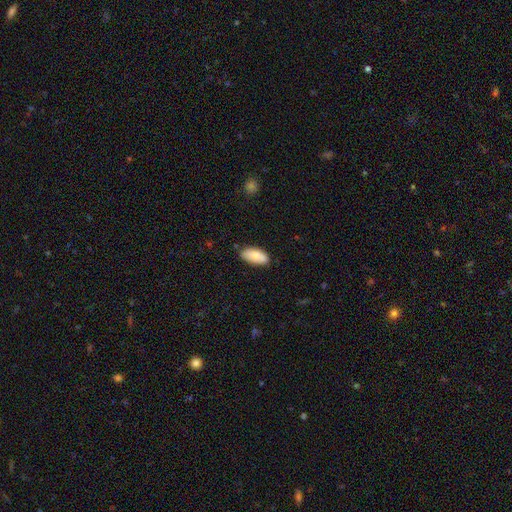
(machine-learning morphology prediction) Q: Smooth or featured?
A: smooth (81%); runner-up: featured or disk (13%)
Q: How rounded?
A: in between (91%); runner-up: cigar-shaped (6%)
Q: Merging?
A: none (78%); runner-up: minor disturbance (18%)